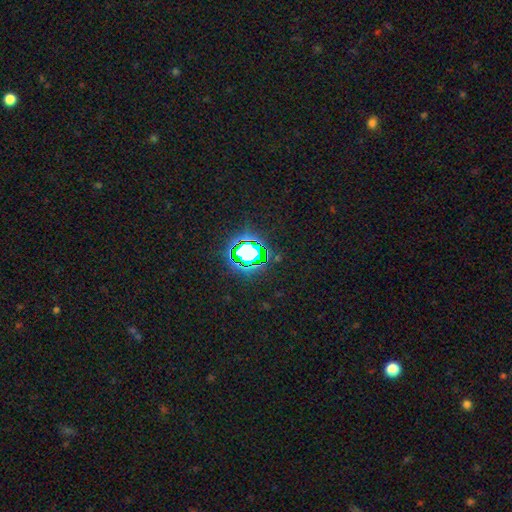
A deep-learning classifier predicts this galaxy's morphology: Smooth or featured: star or artifact — 77% (smooth — 15%)